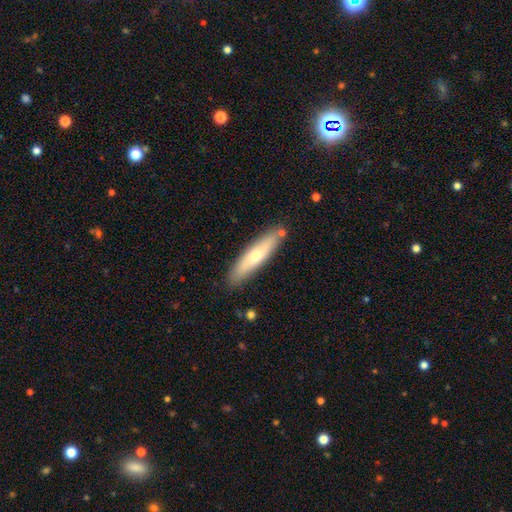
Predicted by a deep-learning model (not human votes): This appears to be a smooth galaxy with no disk features (58%) that is cigar-shaped (80%). Merging: none (84%).